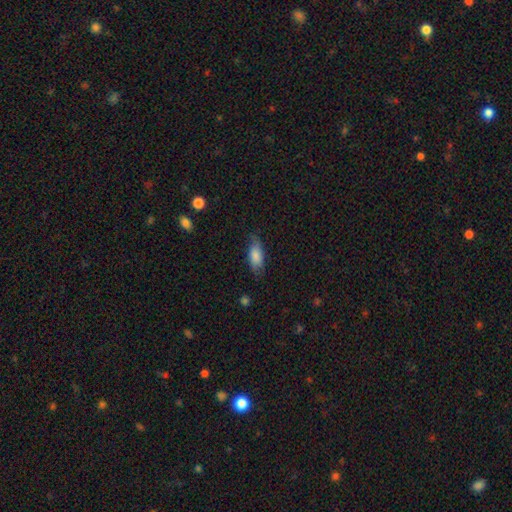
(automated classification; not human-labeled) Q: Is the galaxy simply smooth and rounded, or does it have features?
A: smooth — 78%.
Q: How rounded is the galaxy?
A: in between — 79%.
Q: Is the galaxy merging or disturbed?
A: none — 71%.